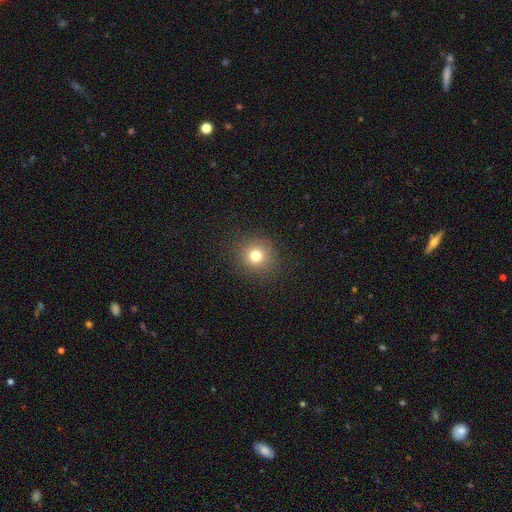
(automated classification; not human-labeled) A smooth galaxy with no disk features (77%) that is round (92%). Merging: none (89%).